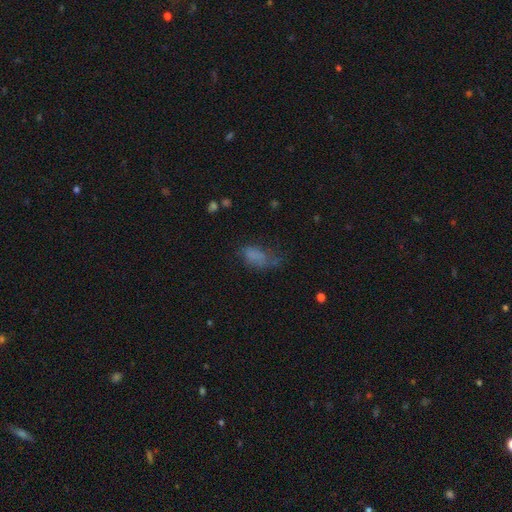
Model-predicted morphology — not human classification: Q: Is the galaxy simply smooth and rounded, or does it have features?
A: smooth — 67%.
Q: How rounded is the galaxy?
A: in between — 87%.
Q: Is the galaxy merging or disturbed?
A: major disturbance — 35%.